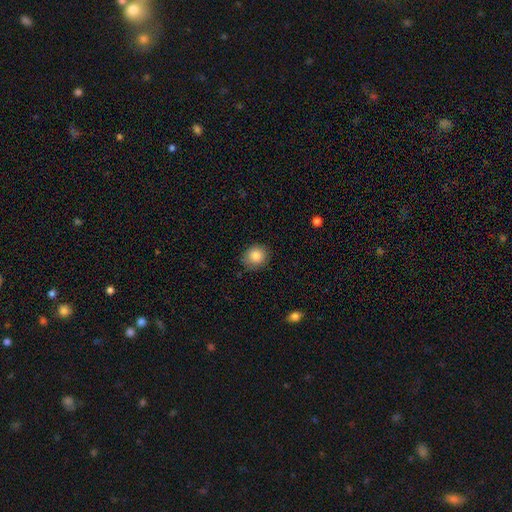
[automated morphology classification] Smooth or featured: smooth — 85% (star or artifact — 8%)
How rounded: round — 76% (in between — 23%)
Merging: none — 83% (minor disturbance — 13%)